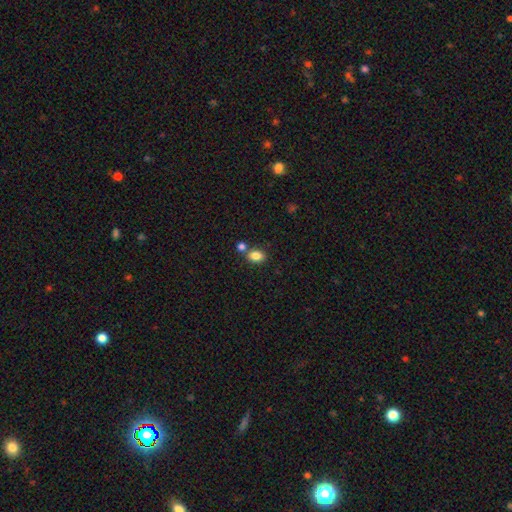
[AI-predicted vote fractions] Smooth or featured? smooth (84%)
How rounded? in between (74%)
Merging? none (64%)